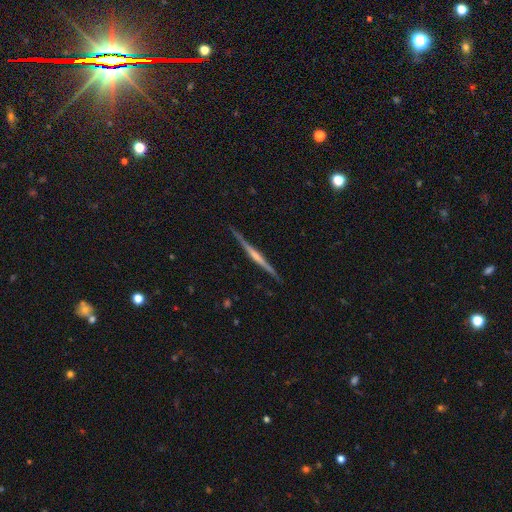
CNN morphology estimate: Overall: featured or disk (77%). Edge-on disk: yes (98%). Edge-on bulge: rounded (69%). Merging: none (89%).